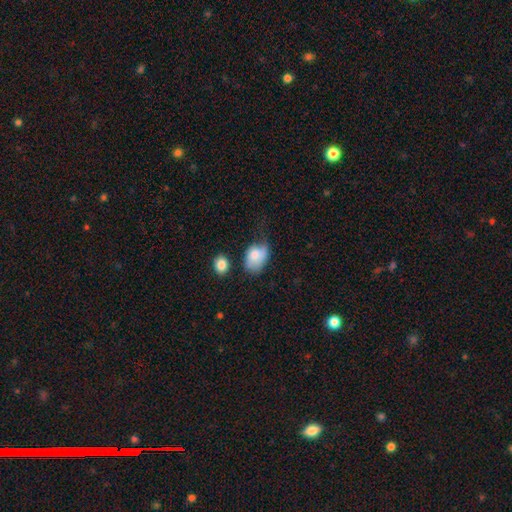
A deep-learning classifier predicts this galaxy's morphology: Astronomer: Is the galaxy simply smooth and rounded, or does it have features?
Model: smooth — 76%.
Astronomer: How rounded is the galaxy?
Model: in between — 79%.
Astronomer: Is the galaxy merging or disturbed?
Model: minor disturbance — 39% (runner-up: none, 30%).